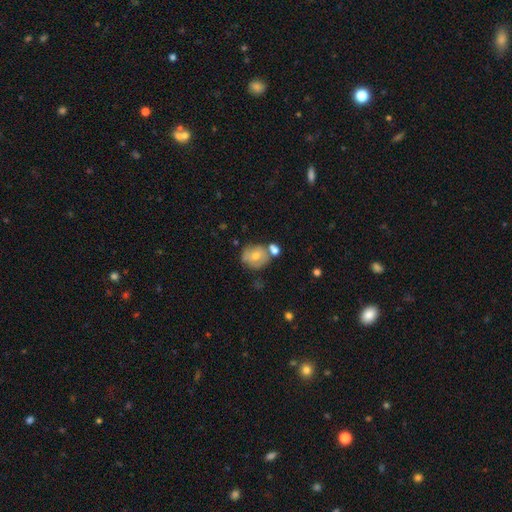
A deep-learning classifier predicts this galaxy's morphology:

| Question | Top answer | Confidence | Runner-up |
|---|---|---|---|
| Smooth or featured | smooth | 51% | featured or disk (38%) |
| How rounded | round | 75% | in between (24%) |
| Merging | none | 58% | merger (20%) |